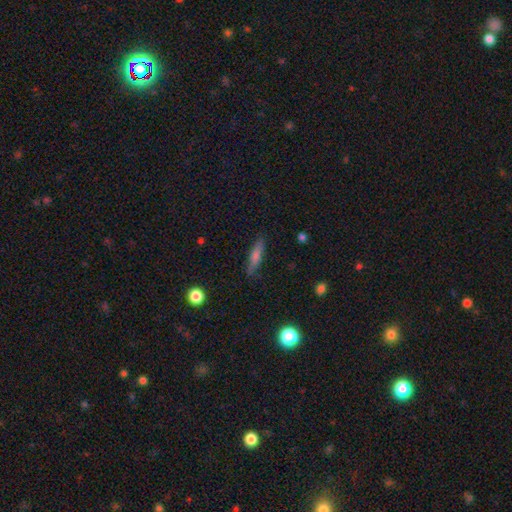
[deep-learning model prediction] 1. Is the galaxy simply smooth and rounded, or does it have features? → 60% smooth, 31% featured or disk, 9% star or artifact.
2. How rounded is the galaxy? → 80% cigar-shaped, 17% in between, 3% round.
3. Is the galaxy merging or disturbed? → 85% none, 11% minor disturbance, 3% major disturbance, 1% merger.